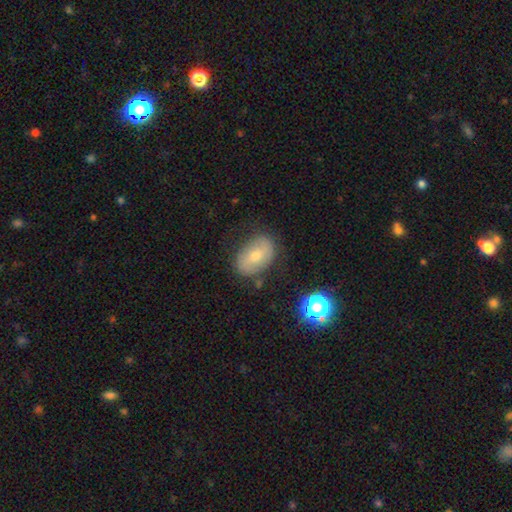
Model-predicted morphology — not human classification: smooth_or_featured: smooth (p=0.57) [alt: featured or disk p=0.32]
how_rounded: in between (p=0.83) [alt: round p=0.15]
merging: none (p=0.76) [alt: minor disturbance p=0.17]